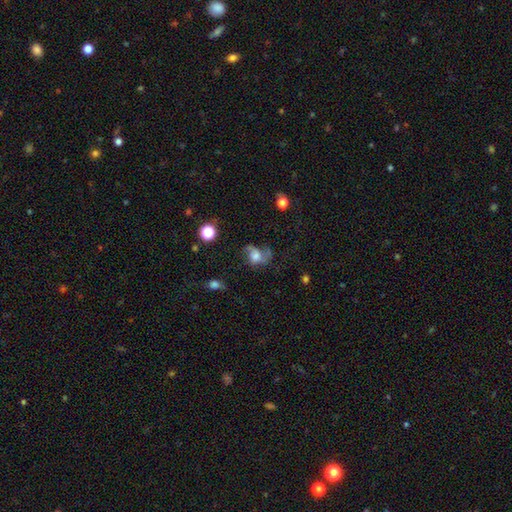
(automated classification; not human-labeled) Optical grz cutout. It shows a smooth galaxy with no disk features (44%). Merging: major disturbance (41%).